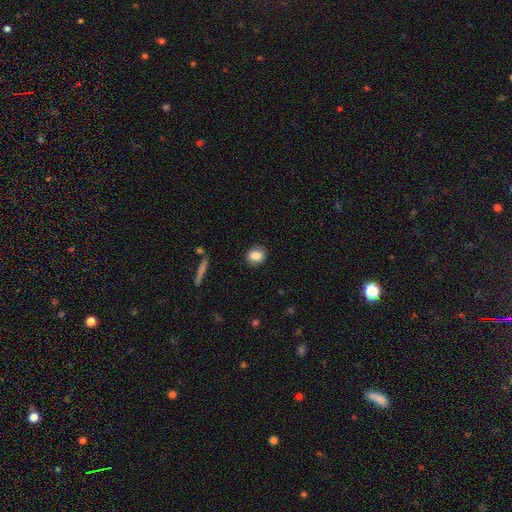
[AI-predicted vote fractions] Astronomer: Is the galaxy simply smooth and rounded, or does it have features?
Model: smooth — 85%.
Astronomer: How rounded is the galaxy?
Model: round — 64%.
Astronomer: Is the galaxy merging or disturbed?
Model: none — 88%.